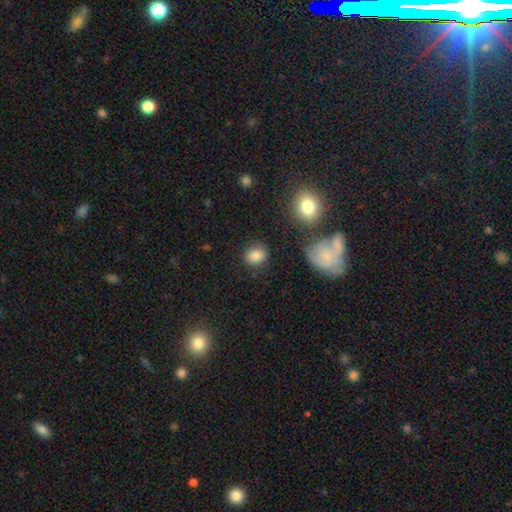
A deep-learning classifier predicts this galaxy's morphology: smooth_or_featured: smooth (p=0.83) [alt: star or artifact p=0.10]
how_rounded: round (p=0.59) [alt: in between p=0.39]
merging: none (p=0.81) [alt: minor disturbance p=0.12]